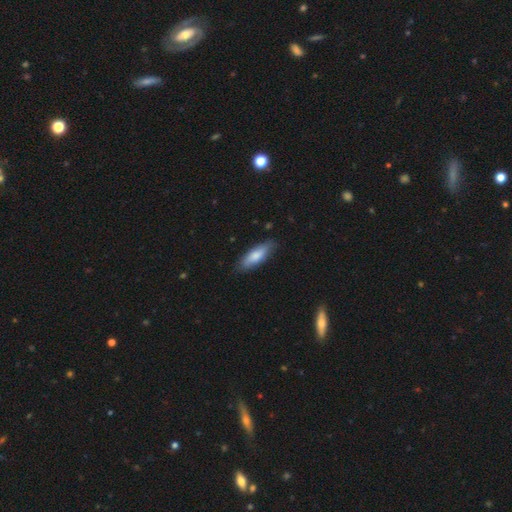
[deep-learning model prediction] Smooth or featured?
  - smooth: 77% *
  - featured or disk: 17%
  - star or artifact: 5%
How rounded?
  - in between: 51% *
  - cigar-shaped: 47%
  - round: 2%
Merging?
  - none: 83% *
  - minor disturbance: 14%
  - major disturbance: 2%
  - merger: 1%